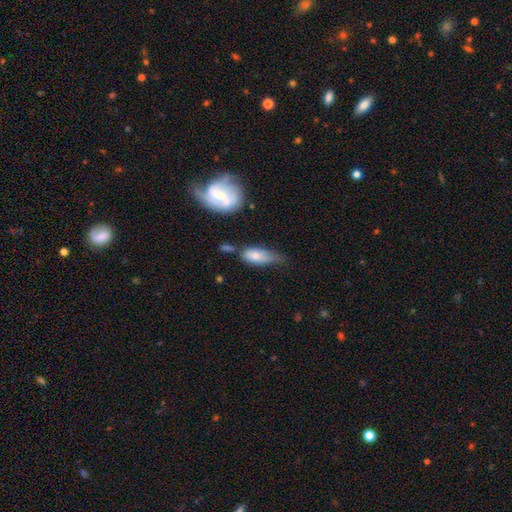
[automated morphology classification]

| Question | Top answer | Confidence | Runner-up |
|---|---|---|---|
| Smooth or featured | smooth | 72% | featured or disk (21%) |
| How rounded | in between | 78% | cigar-shaped (18%) |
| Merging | minor disturbance | 40% | none (33%) |